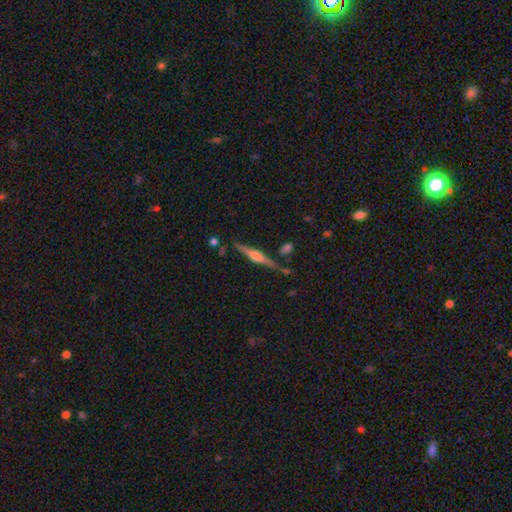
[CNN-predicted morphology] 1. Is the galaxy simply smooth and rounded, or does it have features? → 81% featured or disk, 13% smooth, 6% star or artifact.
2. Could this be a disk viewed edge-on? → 98% yes, 2% no.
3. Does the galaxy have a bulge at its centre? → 88% rounded, 9% boxy, 3% none.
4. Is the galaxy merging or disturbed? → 82% none, 11% minor disturbance, 4% merger, 3% major disturbance.